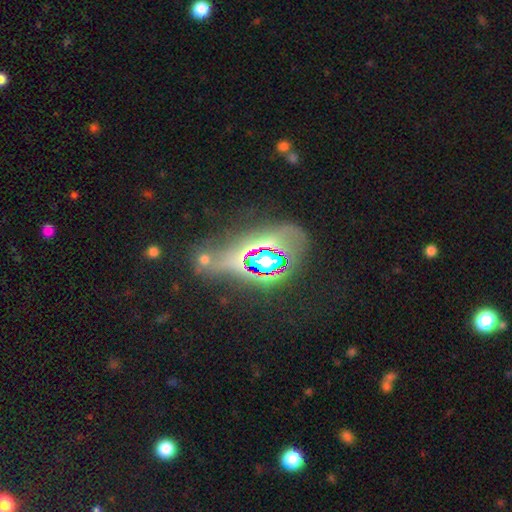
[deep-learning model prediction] Smooth or featured? star or artifact (60%)